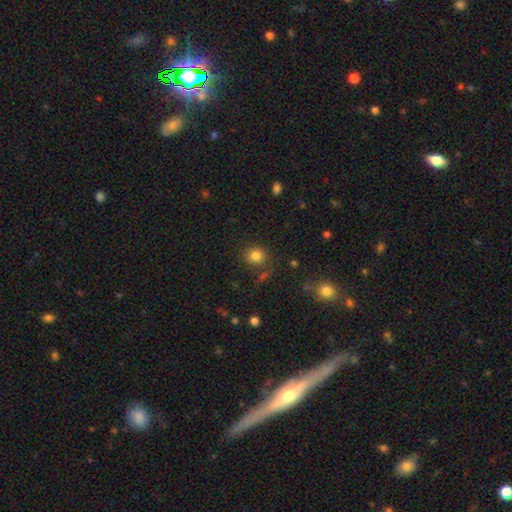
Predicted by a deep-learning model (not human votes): This is clearly a smooth galaxy (81%). How rounded: clearly round (83%). Merging: likely none (79%).